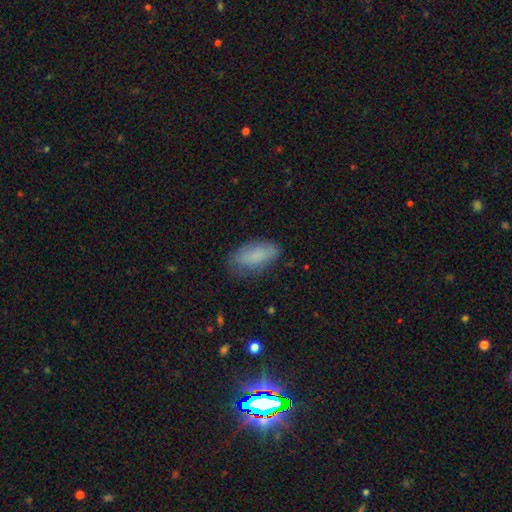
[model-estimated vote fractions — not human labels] Morphology: type=smooth (83%); roundness=in between (89%); merging=none (69%).